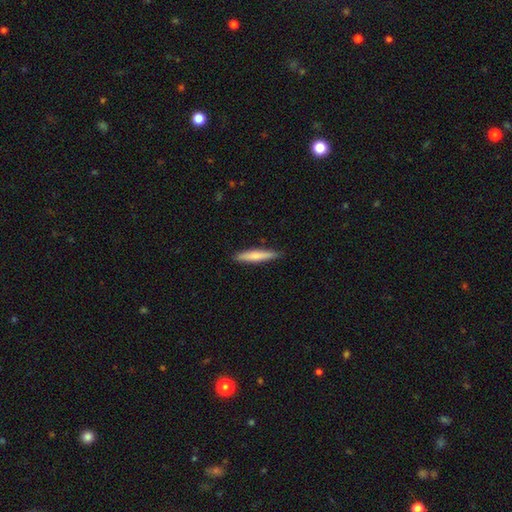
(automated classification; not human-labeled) smooth 70%, featured or disk 25%, star or artifact 5%. Down the decision tree: how rounded — cigar-shaped (91%); merging — none (88%).